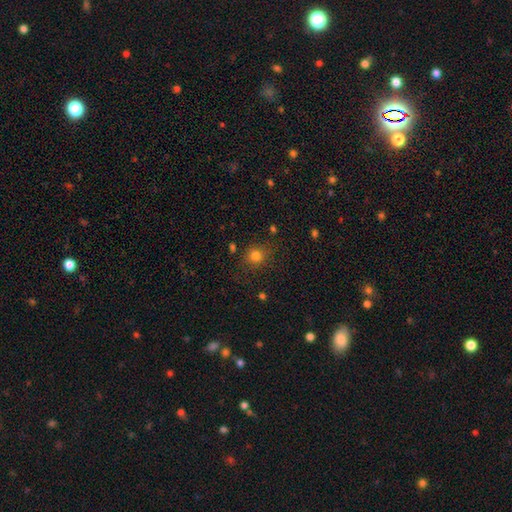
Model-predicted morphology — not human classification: smooth-or-featured: smooth: 78% | star or artifact: 15% | featured or disk: 7%
  how-rounded: round: 78% | in between: 21% | cigar-shaped: 1%
  merging: none: 79% | minor disturbance: 14% | major disturbance: 5% | merger: 2%